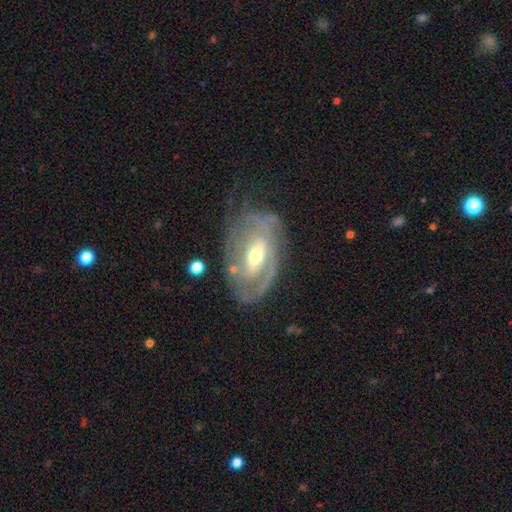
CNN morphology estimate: smooth_or_featured: featured or disk (p=0.85) [alt: smooth p=0.09]
disk_edge_on: no (p=0.95) [alt: yes p=0.05]
bar: weak (p=0.43) [alt: no p=0.31]
has_spiral_arms: yes (p=0.91) [alt: no p=0.09]
spiral_winding: tight (p=0.57) [alt: medium p=0.33]
spiral_arm_count: 2 (p=0.46) [alt: can't tell p=0.26]
bulge_size: moderate (p=0.64) [alt: small p=0.30]
merging: none (p=0.60) [alt: minor disturbance p=0.23]